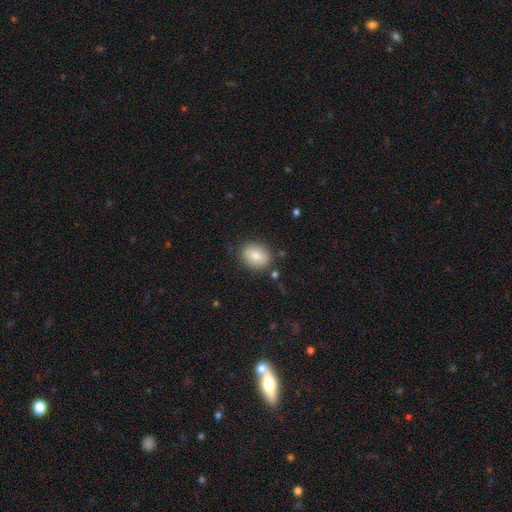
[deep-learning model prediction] Smooth or featured?
  - smooth: 81% *
  - featured or disk: 11%
  - star or artifact: 8%
How rounded?
  - in between: 53% *
  - round: 46%
  - cigar-shaped: 1%
Merging?
  - none: 83% *
  - minor disturbance: 11%
  - major disturbance: 3%
  - merger: 2%